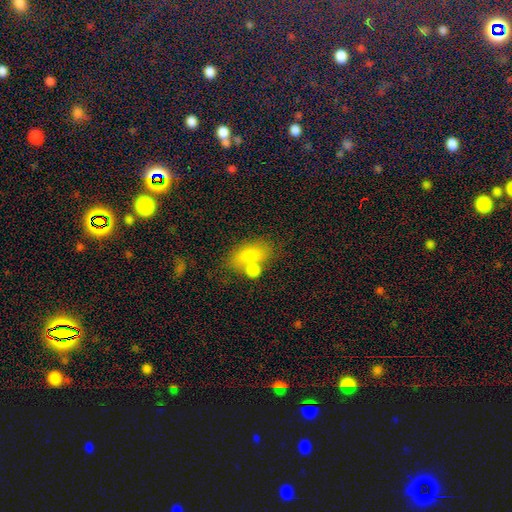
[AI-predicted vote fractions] Smooth or featured? smooth (49%)
Merging? none (62%)